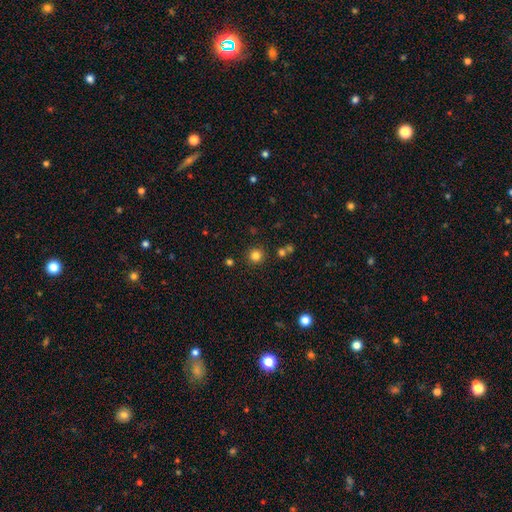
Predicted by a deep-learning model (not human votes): smooth-or-featured: smooth: 81% | star or artifact: 14% | featured or disk: 5%
  how-rounded: round: 94% | in between: 5% | cigar-shaped: 1%
  merging: none: 86% | minor disturbance: 6% | merger: 5% | major disturbance: 2%